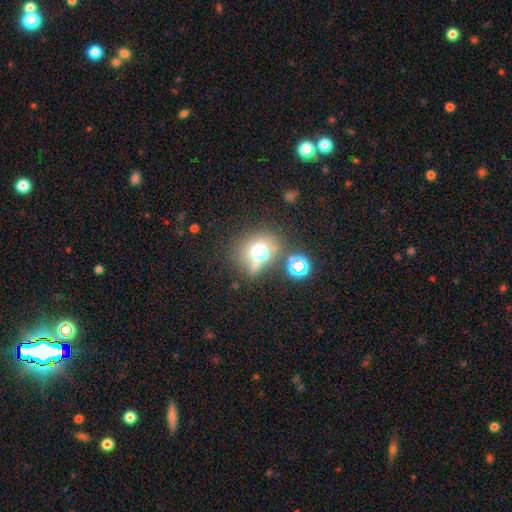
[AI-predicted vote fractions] Morphology: type=smooth (59%); roundness=round (65%); merging=none (54%).